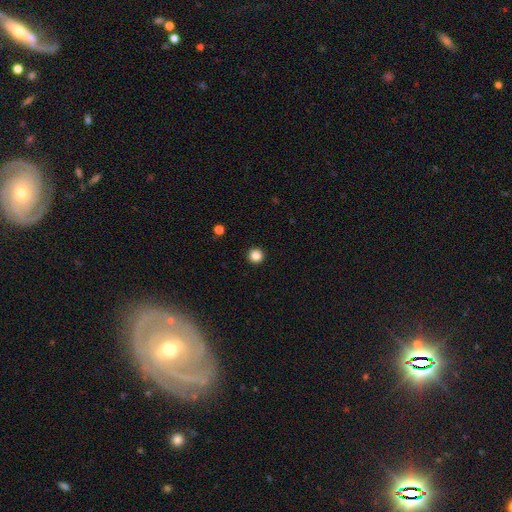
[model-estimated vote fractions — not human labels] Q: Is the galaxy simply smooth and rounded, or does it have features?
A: smooth — 87%.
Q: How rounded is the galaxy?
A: round — 96%.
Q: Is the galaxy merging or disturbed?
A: none — 94%.